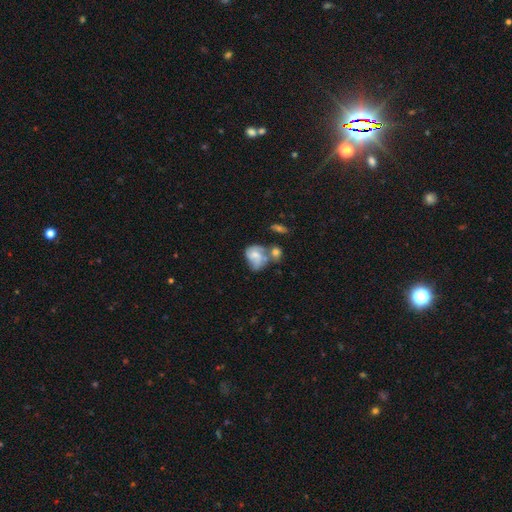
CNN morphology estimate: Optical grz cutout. It shows a featured or disk galaxy (46%, tied with smooth). Merging: merger (37%).